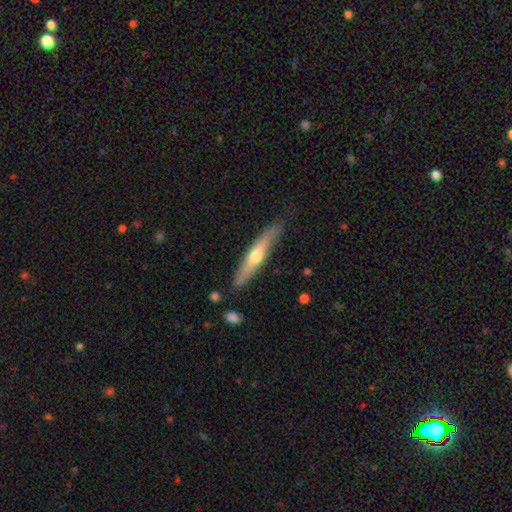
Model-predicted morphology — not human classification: A featured or disk galaxy (55%) viewed edge-on (92%) with a rounded central bulge (86%).

Vote fractions:
- Smooth or featured? featured or disk: 55% / smooth: 40% / star or artifact: 5%
- Edge-on disk? yes: 92% / no: 8%
- Edge-on bulge? rounded: 86% / none: 11% / boxy: 3%
- Merging? none: 82% / minor disturbance: 13% / major disturbance: 3% / merger: 2%